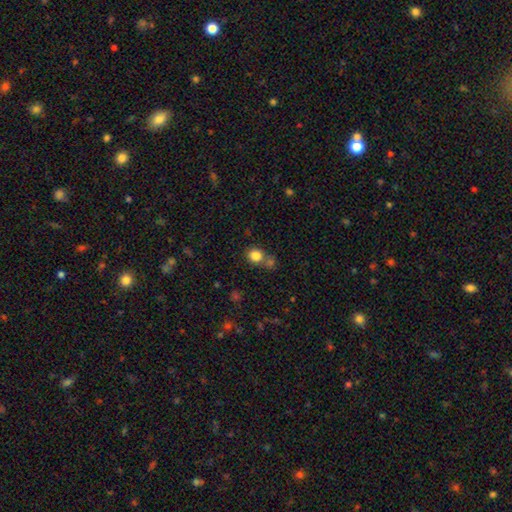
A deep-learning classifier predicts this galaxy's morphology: type=smooth (83%); roundness=round (83%); merging=none (58%).